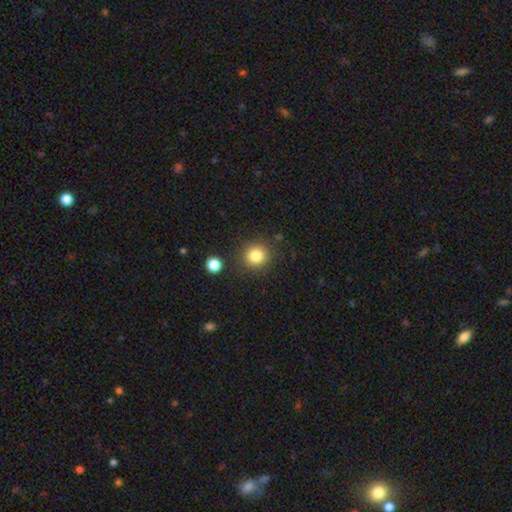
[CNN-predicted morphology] Smooth or featured? smooth (83%)
How rounded? round (89%)
Merging? none (85%)